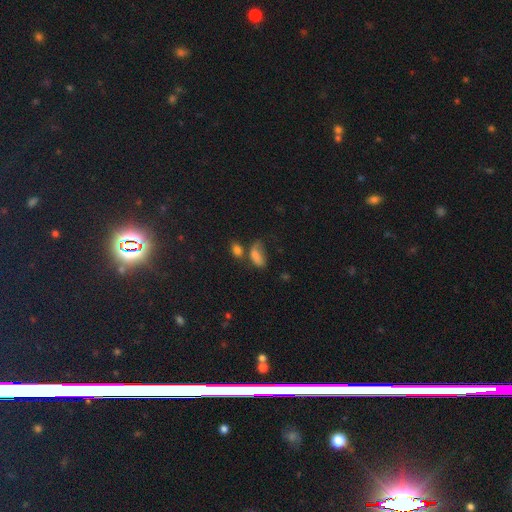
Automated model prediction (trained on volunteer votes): Q: Smooth or featured?
A: smooth (75%); runner-up: star or artifact (14%)
Q: How rounded?
A: in between (84%); runner-up: cigar-shaped (9%)
Q: Merging?
A: none (33%); runner-up: merger (27%)